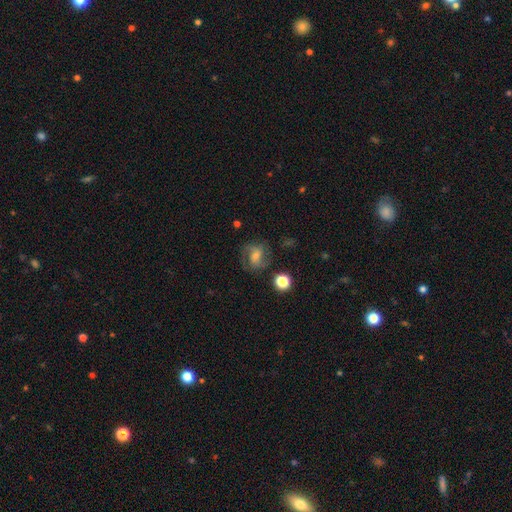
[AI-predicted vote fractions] Smooth or featured? Predicted: featured or disk (p=0.66). Edge-on disk? Predicted: no (p=0.97). Bar? Predicted: weak (p=0.45). Spiral arms? Predicted: yes (p=0.90). Spiral winding? Predicted: medium (p=0.51). Spiral arm count? Predicted: 2 (p=0.62). Bulge size? Predicted: moderate (p=0.47). Merging? Predicted: none (p=0.74).